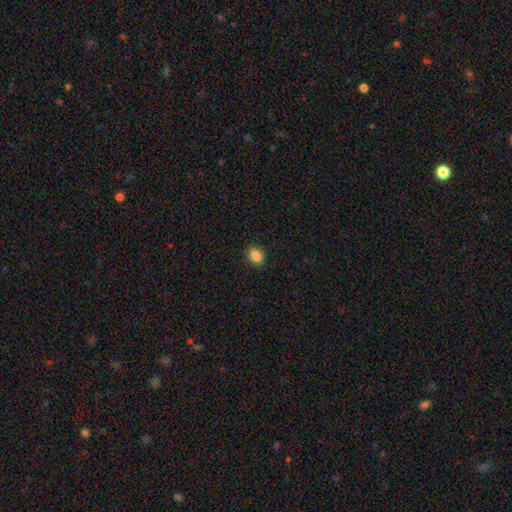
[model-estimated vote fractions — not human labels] Morphology: type=smooth (87%); roundness=round (57%); merging=none (88%).